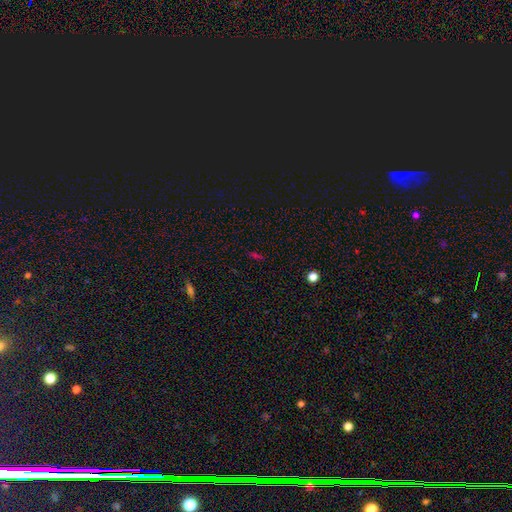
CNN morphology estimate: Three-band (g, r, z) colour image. It shows a star or artifact, not a galaxy (52%).